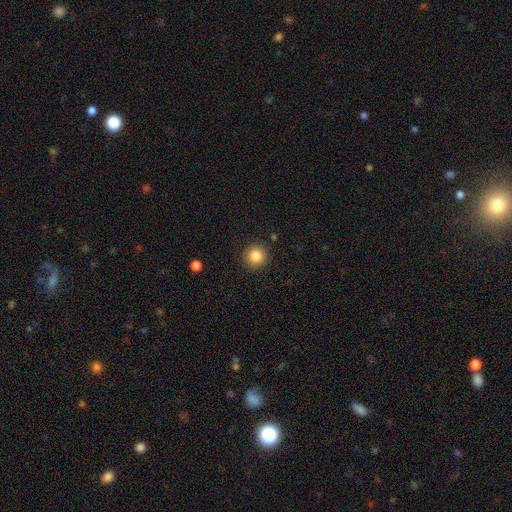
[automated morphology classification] Smooth or featured?
  - smooth: 85% *
  - star or artifact: 10%
  - featured or disk: 5%
How rounded?
  - round: 94% *
  - in between: 5%
  - cigar-shaped: 1%
Merging?
  - none: 90% *
  - minor disturbance: 6%
  - major disturbance: 2%
  - merger: 1%